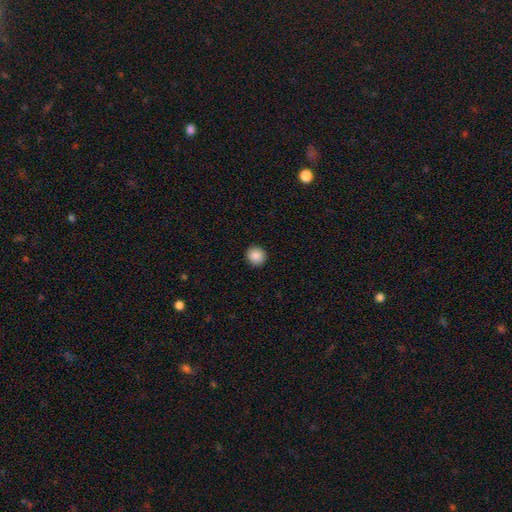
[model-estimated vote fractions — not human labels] A smooth galaxy with no disk features (88%) that is round (93%).

Vote fractions:
- Smooth or featured? smooth: 88% / star or artifact: 9% / featured or disk: 3%
- How rounded? round: 93% / in between: 6% / cigar-shaped: 1%
- Merging? none: 92% / minor disturbance: 5% / major disturbance: 2% / merger: 1%